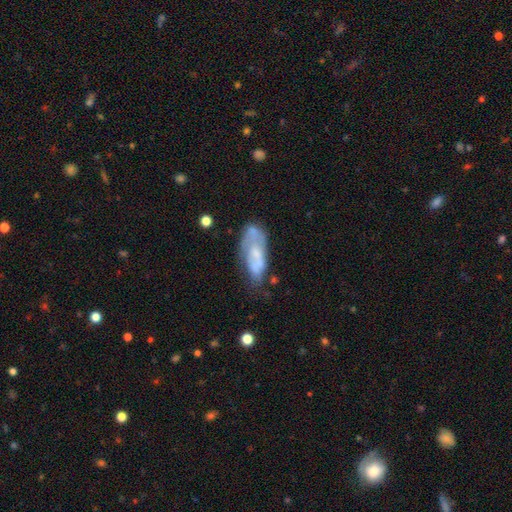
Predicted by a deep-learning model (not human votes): Overall: featured or disk (51%; smooth 41%). Edge-on disk: no (85%). Merging: none (45%; minor disturbance 30%).